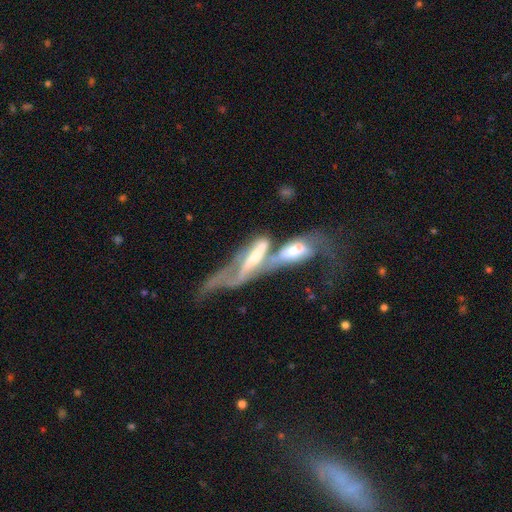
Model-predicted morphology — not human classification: This is likely a featured or disk galaxy (67%). It is likely not viewed edge-on (69%). Merging: likely merger (74%).